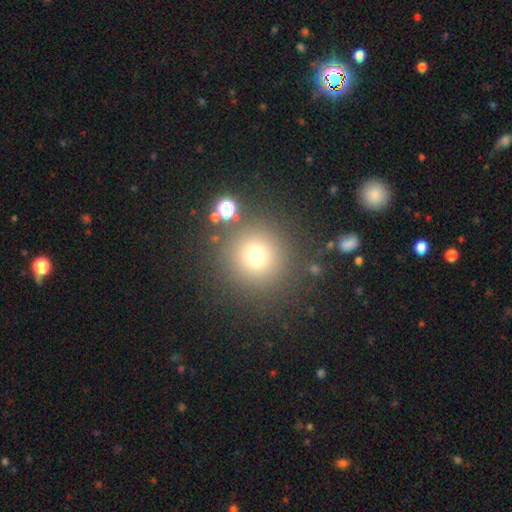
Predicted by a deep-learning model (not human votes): Smooth or featured? Predicted: smooth (p=0.72). How rounded? Predicted: round (p=0.94). Merging? Predicted: none (p=0.85).